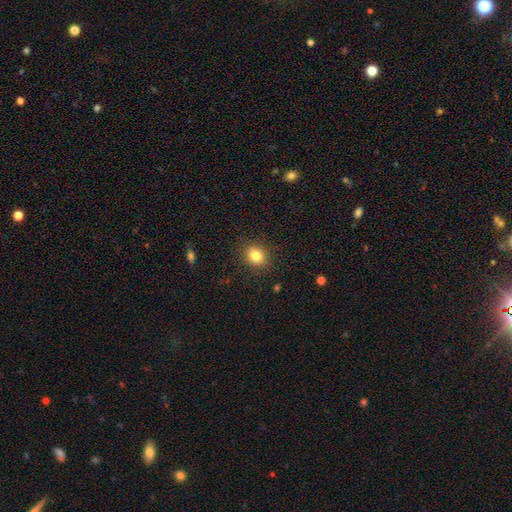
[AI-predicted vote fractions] Smooth or featured? smooth (82%)
How rounded? round (73%)
Merging? none (89%)